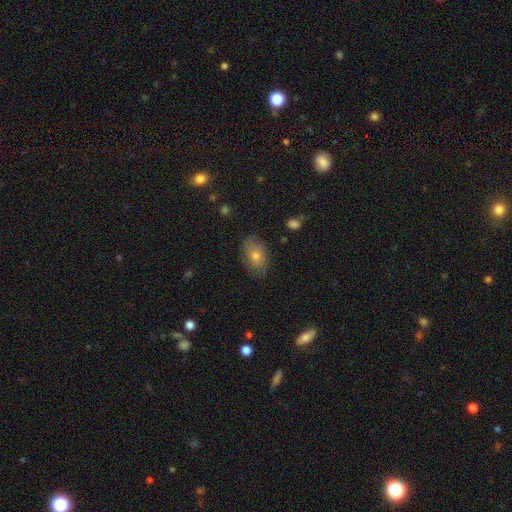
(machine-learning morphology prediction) smooth_or_featured: smooth (p=0.65) [alt: featured or disk p=0.21]
how_rounded: in between (p=0.84) [alt: round p=0.14]
merging: none (p=0.81) [alt: minor disturbance p=0.15]